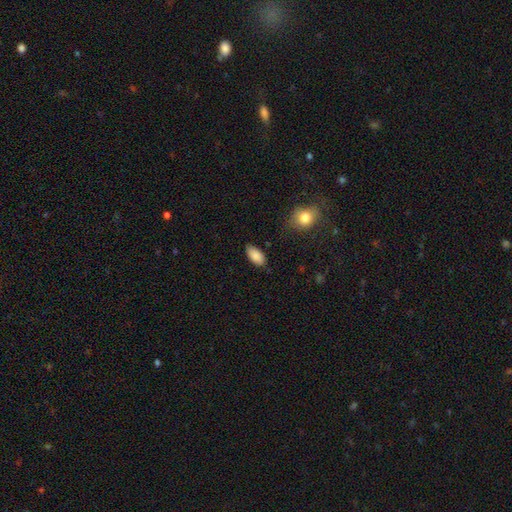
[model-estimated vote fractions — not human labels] Smooth or featured? smooth (88%)
How rounded? in between (93%)
Merging? none (80%)